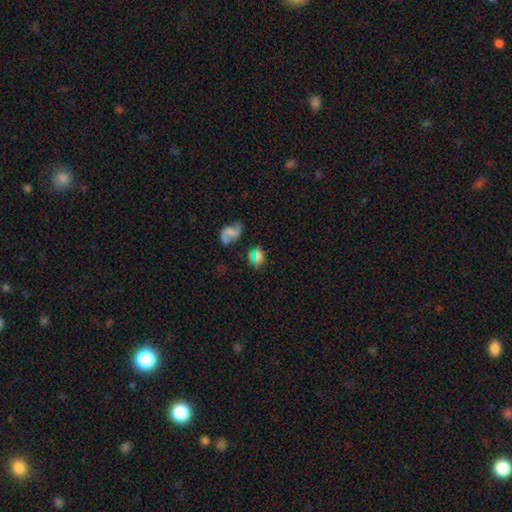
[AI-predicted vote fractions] Smooth or featured? smooth (52%)
How rounded? in between (63%)
Merging? none (64%)